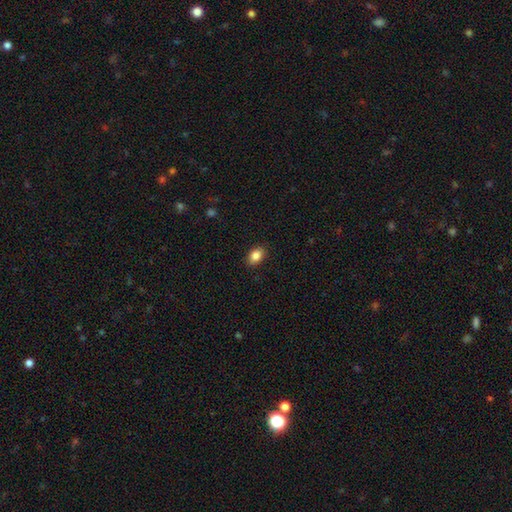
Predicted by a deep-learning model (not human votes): Smooth or featured? Predicted: smooth (p=0.86). How rounded? Predicted: in between (p=0.83). Merging? Predicted: none (p=0.89).